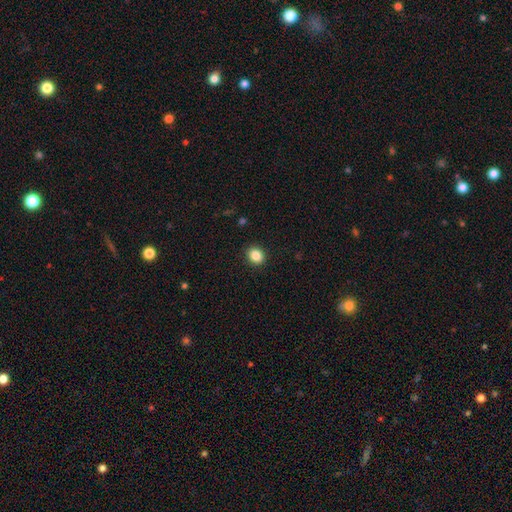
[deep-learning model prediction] The model was most divided on "how rounded": round: 64%, in between: 35%, cigar-shaped: 1%. More confident: merging — none (91%); smooth or featured — smooth (85%).